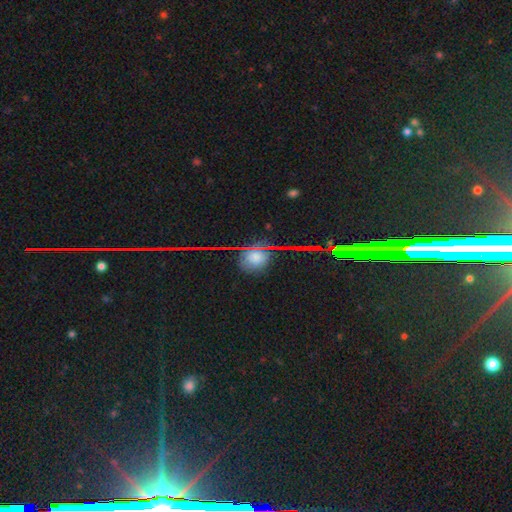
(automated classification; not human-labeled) smooth_or_featured: smooth (p=0.57) [alt: star or artifact p=0.32]
how_rounded: round (p=0.76) [alt: in between p=0.22]
merging: none (p=0.81) [alt: minor disturbance p=0.13]